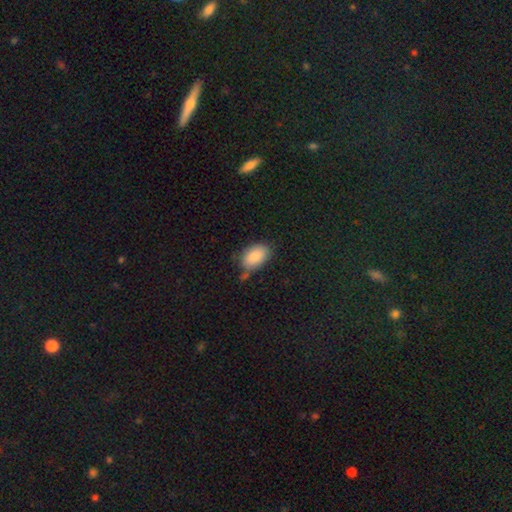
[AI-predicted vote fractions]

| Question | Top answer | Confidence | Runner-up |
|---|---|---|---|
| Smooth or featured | smooth | 87% | star or artifact (7%) |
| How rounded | in between | 93% | round (6%) |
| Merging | none | 63% | minor disturbance (23%) |